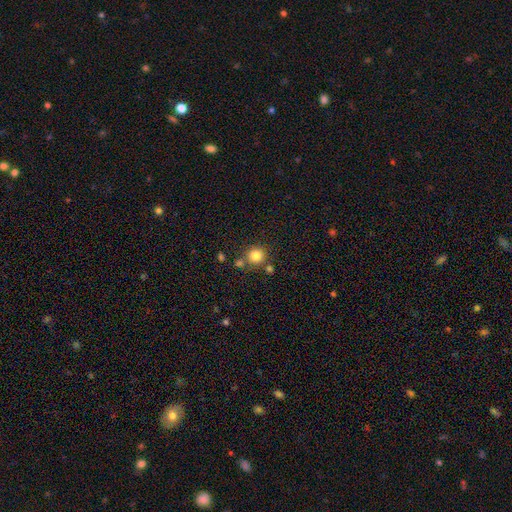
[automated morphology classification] This is clearly a smooth galaxy (83%). How rounded: clearly round (91%). Merging: likely none (74%).